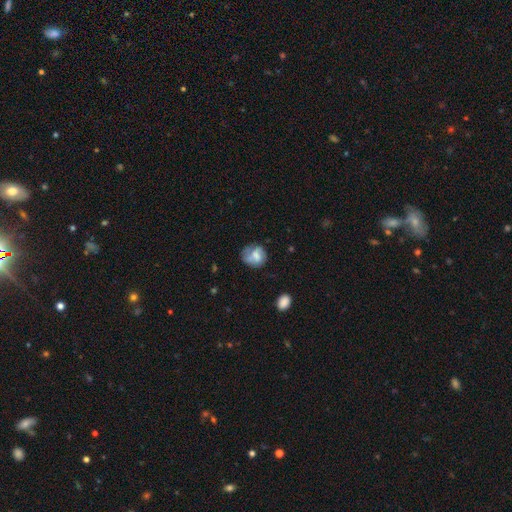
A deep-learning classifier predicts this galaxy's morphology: This is possibly a smooth galaxy (52%). How rounded: likely round (65%). Merging: possibly none (54%).